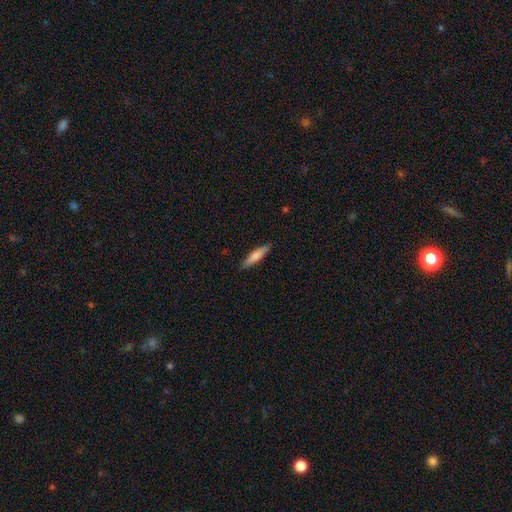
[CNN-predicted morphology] Q: Smooth or featured?
A: smooth (75%); runner-up: featured or disk (20%)
Q: How rounded?
A: cigar-shaped (82%); runner-up: in between (16%)
Q: Merging?
A: none (89%); runner-up: minor disturbance (8%)